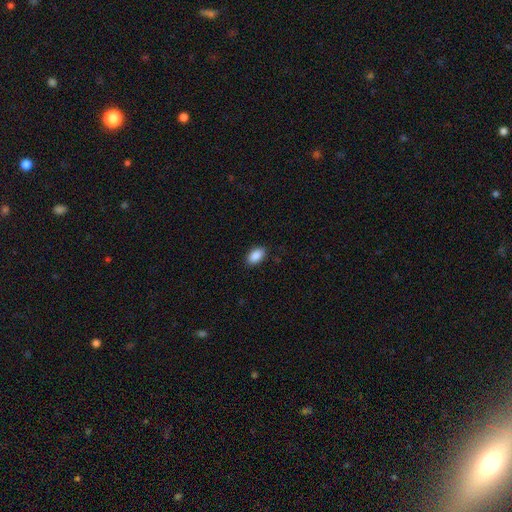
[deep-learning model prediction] Morphology: type=smooth (90%); roundness=in between (93%); merging=none (88%).